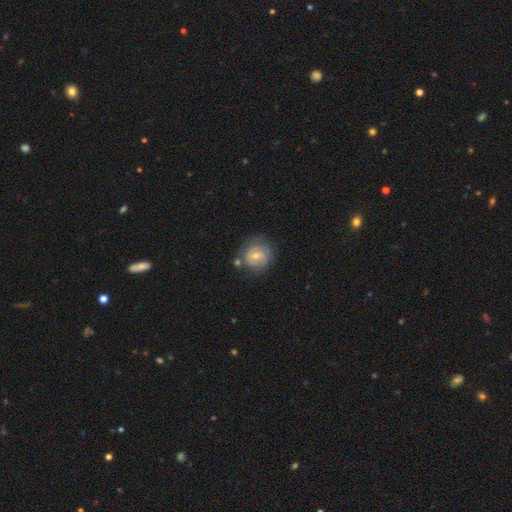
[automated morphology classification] type=featured or disk (56%); edge-on=no (97%); bar=no (57%); spiral arms=yes (71%); bulge=moderate (52%); merging=none (68%).